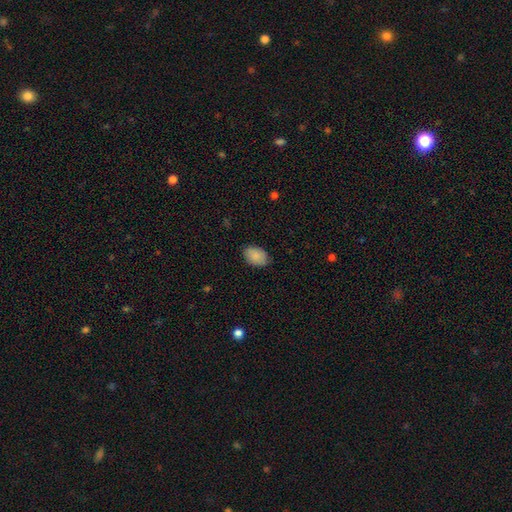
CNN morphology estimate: smooth-or-featured: smooth: 88% | star or artifact: 7% | featured or disk: 5%
  how-rounded: in between: 86% | round: 13% | cigar-shaped: 1%
  merging: none: 84% | minor disturbance: 12% | major disturbance: 3% | merger: 1%